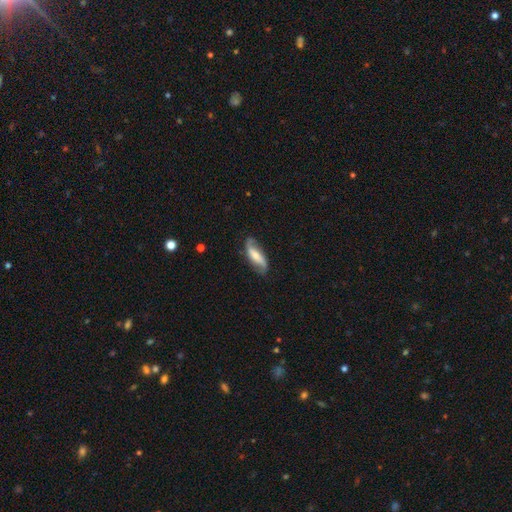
Volunteers were most divided on "bar": weak: 37%, no: 33%, strong: 30%. Remaining: spiral arms — yes (96%); edge-on disk — no (93%); spiral arm count — 2 (92%); smooth or featured — featured or disk (74%); spiral winding — loose (65%); merging — none (56%); bulge size — moderate (48%).